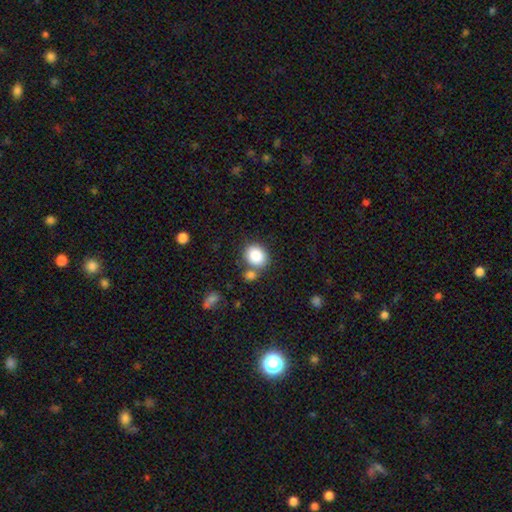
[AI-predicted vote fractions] Smooth or featured? smooth (86%)
How rounded? round (60%)
Merging? none (67%)